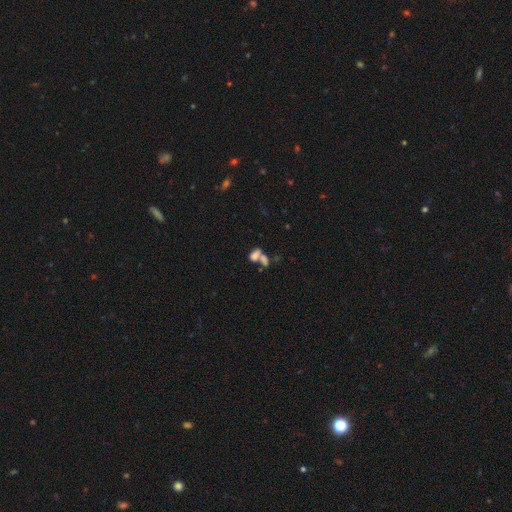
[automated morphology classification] This is likely a smooth galaxy (66%). How rounded: clearly in between (82%). Merging: likely merger (63%).